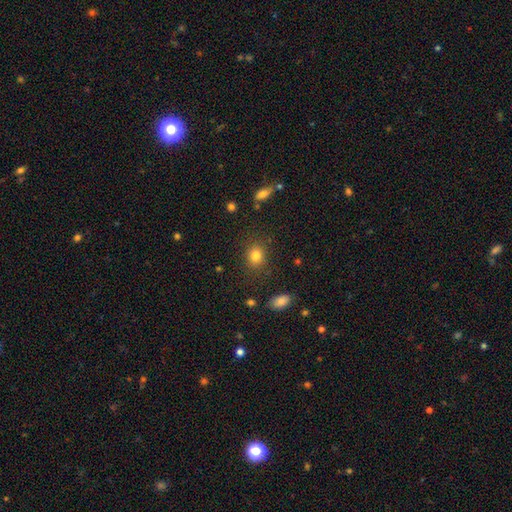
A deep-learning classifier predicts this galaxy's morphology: This is clearly a smooth galaxy (83%). How rounded: likely round (61%). Merging: clearly none (85%).